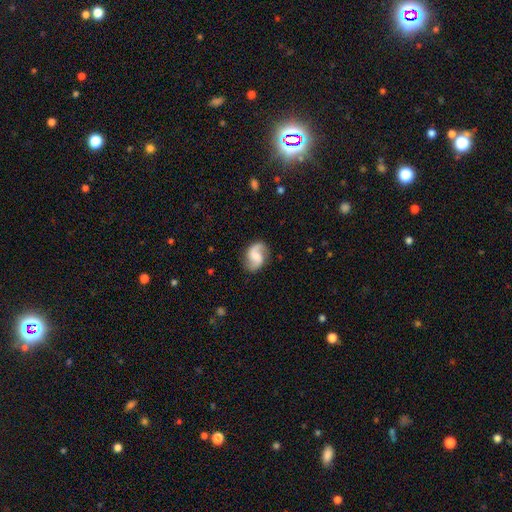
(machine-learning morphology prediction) Smooth or featured: featured or disk — 77% (smooth — 16%)
Edge-on disk: no — 98% (yes — 2%)
Bar: weak — 46% (no — 40%)
Spiral arms: yes — 96% (no — 4%)
Spiral winding: loose — 55% (medium — 36%)
Spiral arm count: 2 — 90% (1 — 4%)
Bulge size: moderate — 33% (small — 30%)
Merging: none — 80% (minor disturbance — 14%)